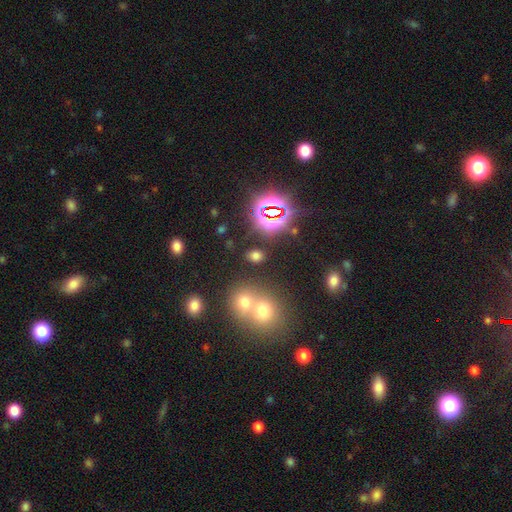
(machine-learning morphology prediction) smooth_or_featured: smooth (p=0.58) [alt: star or artifact p=0.34]
how_rounded: in between (p=0.67) [alt: round p=0.31]
merging: none (p=0.73) [alt: merger p=0.15]